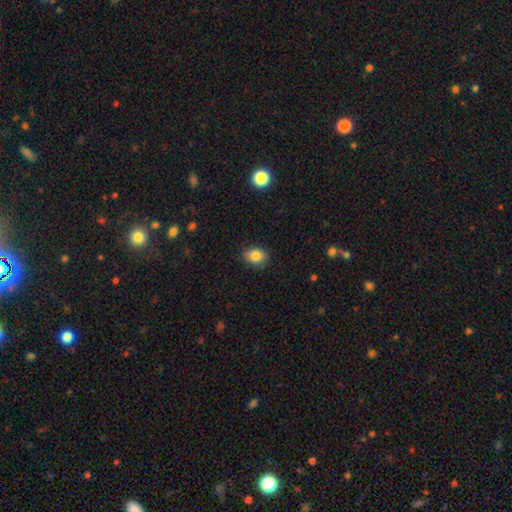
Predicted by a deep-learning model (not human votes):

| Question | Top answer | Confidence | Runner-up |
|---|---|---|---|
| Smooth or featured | smooth | 83% | star or artifact (9%) |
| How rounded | in between | 73% | round (26%) |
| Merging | none | 85% | minor disturbance (11%) |